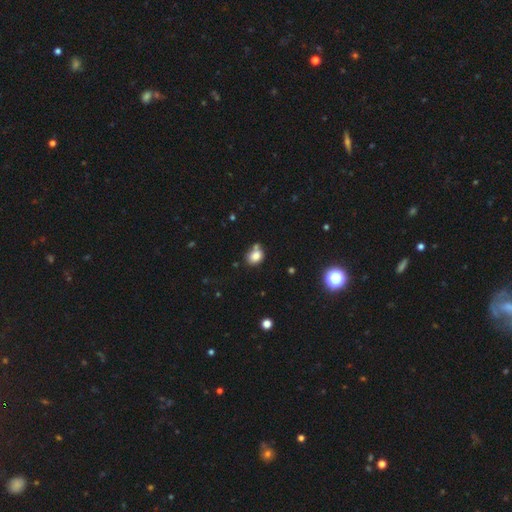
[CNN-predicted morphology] smooth_or_featured: smooth (p=0.81) [alt: star or artifact p=0.11]
how_rounded: in between (p=0.52) [alt: round p=0.47]
merging: none (p=0.57) [alt: merger p=0.20]